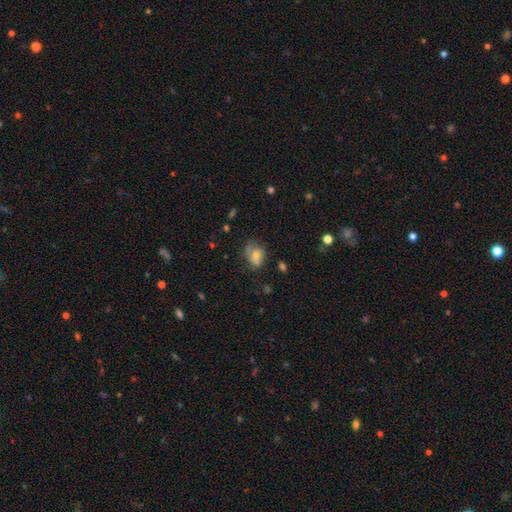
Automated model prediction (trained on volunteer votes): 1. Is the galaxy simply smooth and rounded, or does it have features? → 60% smooth, 28% featured or disk, 12% star or artifact.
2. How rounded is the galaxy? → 59% in between, 39% round, 1% cigar-shaped.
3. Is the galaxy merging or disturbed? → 45% none, 29% minor disturbance, 17% major disturbance, 9% merger.